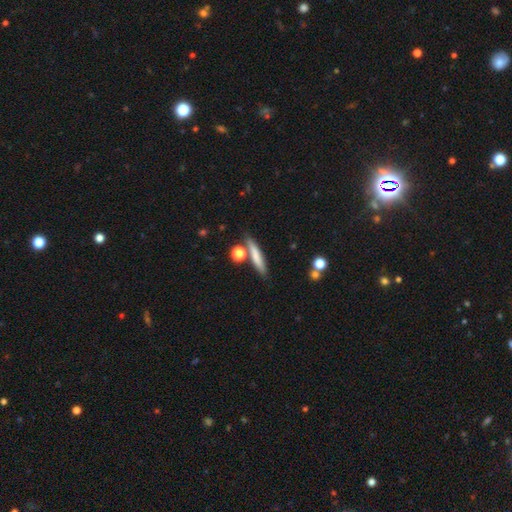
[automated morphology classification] smooth 73%, featured or disk 20%, star or artifact 7%. Down the decision tree: how rounded — cigar-shaped (85%); merging — none (74%).